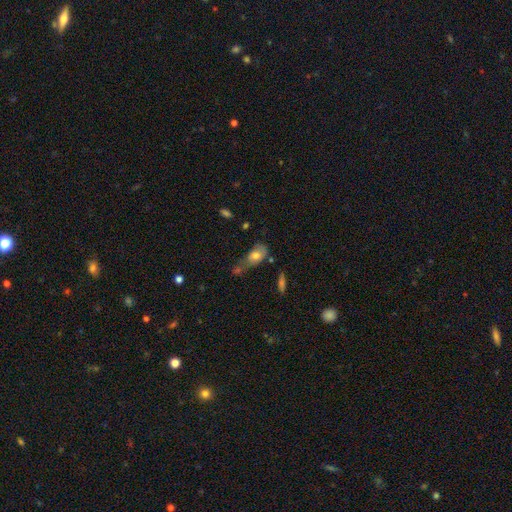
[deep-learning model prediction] A smooth galaxy with no disk features (69%) that is in between round and cigar-shaped (83%). Merging: merger (32%).